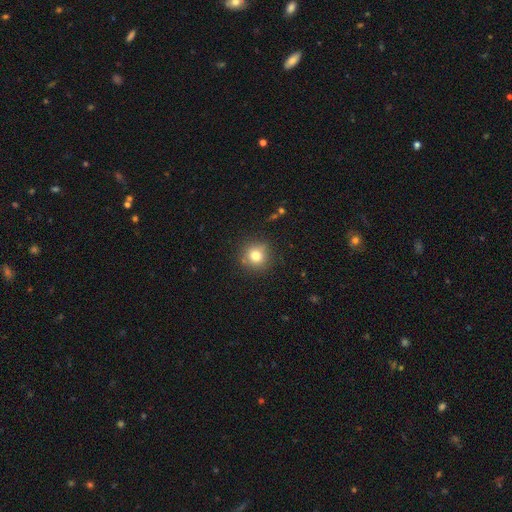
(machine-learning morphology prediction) Smooth or featured: smooth — 77% (star or artifact — 14%)
How rounded: round — 92% (in between — 6%)
Merging: none — 85% (minor disturbance — 10%)